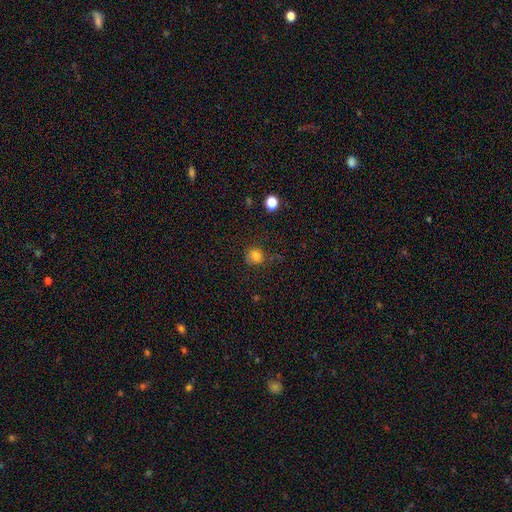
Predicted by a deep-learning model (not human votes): The model was most divided on "merging": none: 69%, minor disturbance: 20%, major disturbance: 8%, merger: 3%. More confident: how rounded — round (81%); smooth or featured — smooth (81%).